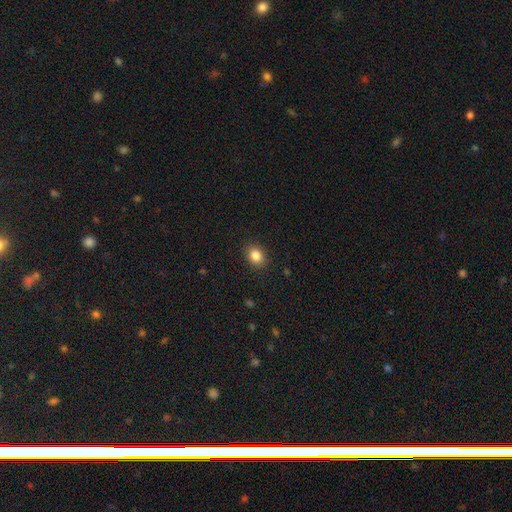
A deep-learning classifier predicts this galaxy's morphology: This is clearly a smooth galaxy (85%). How rounded: possibly in between (54%). Merging: clearly none (89%).